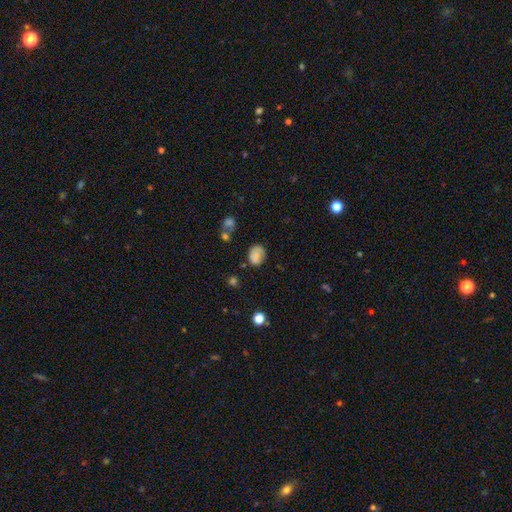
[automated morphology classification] Overall: smooth (76%). How rounded: in between (53%; round 46%). Merging: none (62%; minor disturbance 25%).